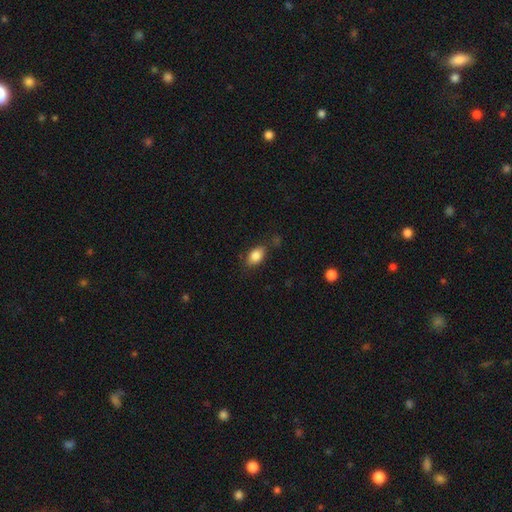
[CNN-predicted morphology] smooth_or_featured: smooth (p=0.84) [alt: featured or disk p=0.08]
how_rounded: in between (p=0.88) [alt: round p=0.10]
merging: none (p=0.75) [alt: minor disturbance p=0.17]